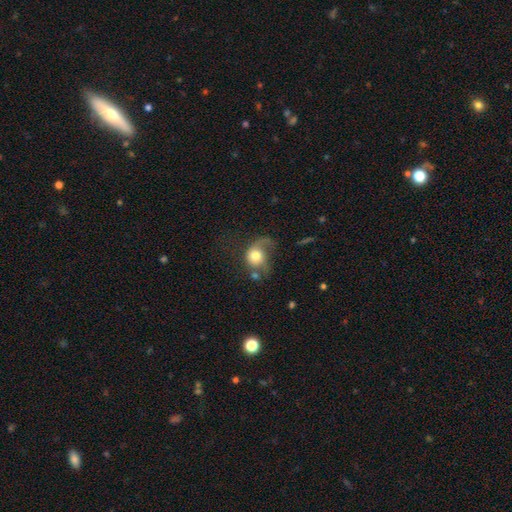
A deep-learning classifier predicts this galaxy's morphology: type=smooth (63%); roundness=round (66%); merging=major disturbance (37%).